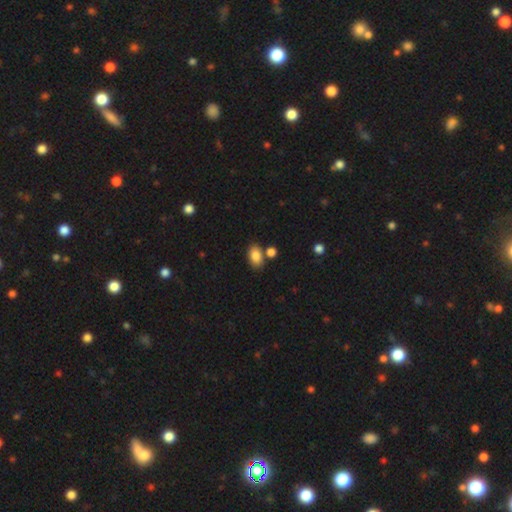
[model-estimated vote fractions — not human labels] Smooth or featured: smooth — 85% (star or artifact — 9%)
How rounded: in between — 87% (round — 12%)
Merging: none — 71% (merger — 15%)